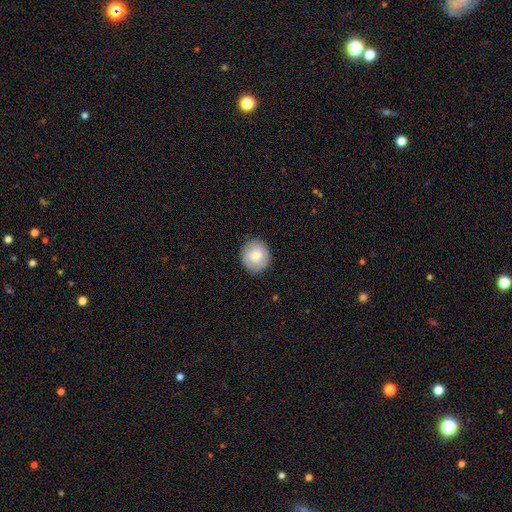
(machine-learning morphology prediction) This is likely a smooth galaxy (75%). How rounded: clearly round (88%). Merging: clearly none (88%).